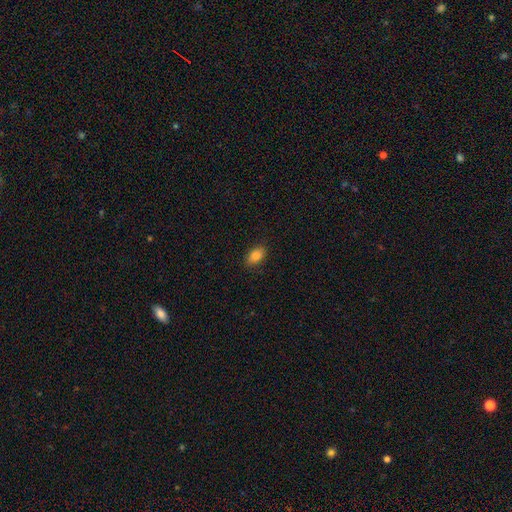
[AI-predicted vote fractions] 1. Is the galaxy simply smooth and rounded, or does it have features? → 86% smooth, 9% star or artifact, 5% featured or disk.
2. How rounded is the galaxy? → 89% in between, 9% round, 2% cigar-shaped.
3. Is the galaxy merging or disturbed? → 87% none, 10% minor disturbance, 2% major disturbance, 1% merger.